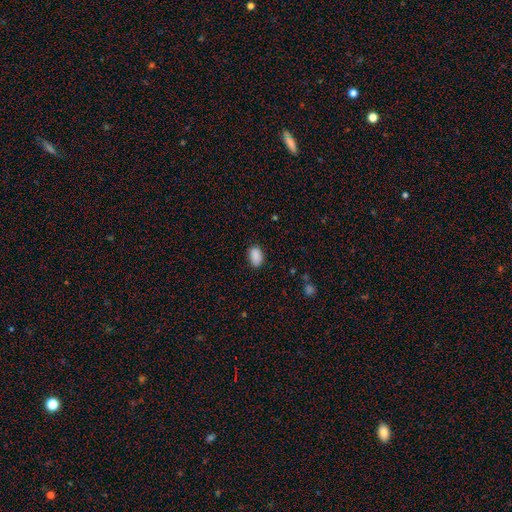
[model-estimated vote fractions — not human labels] Morphology: type=smooth (89%); roundness=in between (89%); merging=none (83%).